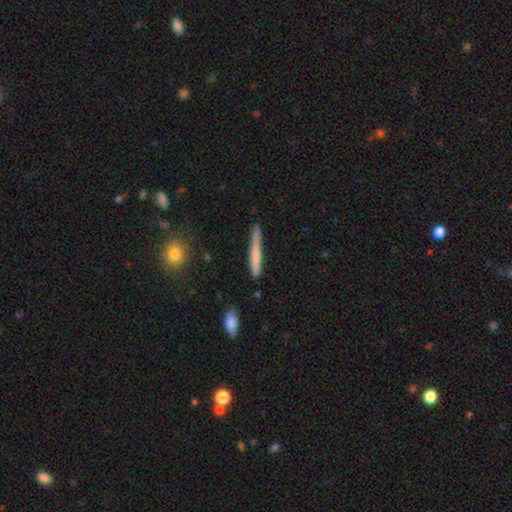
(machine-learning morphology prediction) smooth 67%, featured or disk 26%, star or artifact 6%. Down the decision tree: how rounded — cigar-shaped (96%); merging — none (78%).